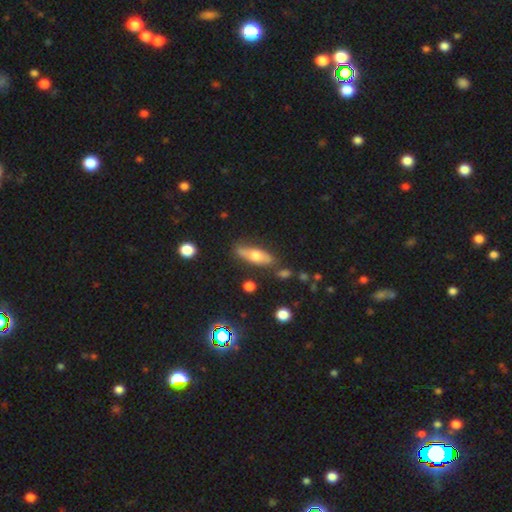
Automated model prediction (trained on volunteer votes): A smooth galaxy with no disk features (55%) that is in between round and cigar-shaped (57%).

Vote fractions:
- Smooth or featured? smooth: 55% / featured or disk: 37% / star or artifact: 8%
- How rounded? in between: 57% / cigar-shaped: 39% / round: 4%
- Merging? none: 70% / minor disturbance: 18% / merger: 7% / major disturbance: 5%